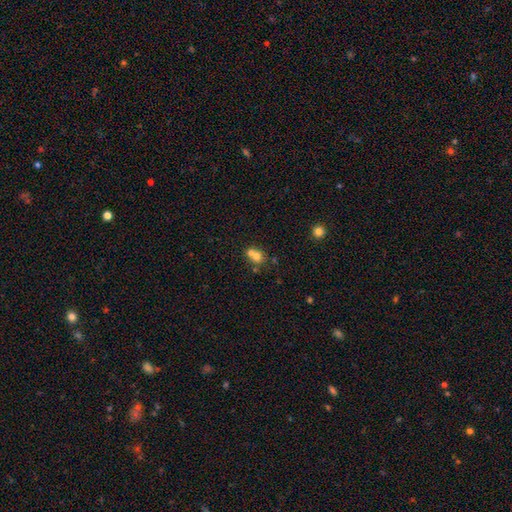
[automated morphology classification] The model was most divided on "merging": merger: 59%, none: 32%, minor disturbance: 7%, major disturbance: 3%. More confident: how rounded — round (71%); smooth or featured — smooth (69%).